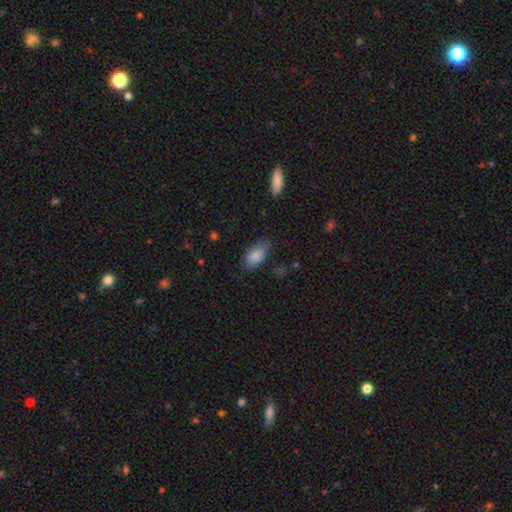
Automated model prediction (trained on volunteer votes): Smooth or featured? Predicted: smooth (p=0.84). How rounded? Predicted: in between (p=0.93). Merging? Predicted: none (p=0.72).